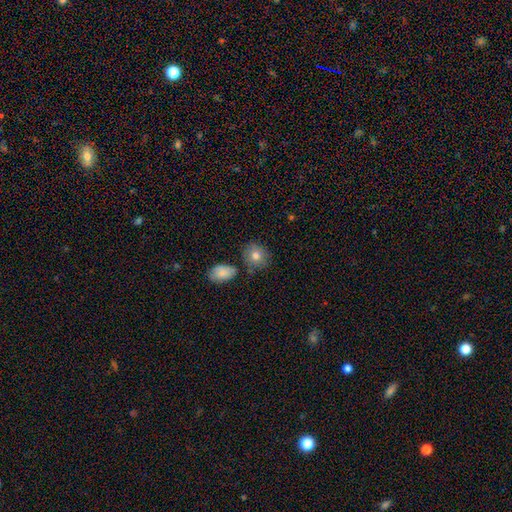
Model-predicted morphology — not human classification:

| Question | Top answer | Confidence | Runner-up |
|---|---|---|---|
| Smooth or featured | smooth | 80% | featured or disk (11%) |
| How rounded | round | 74% | in between (25%) |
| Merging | none | 72% | minor disturbance (16%) |